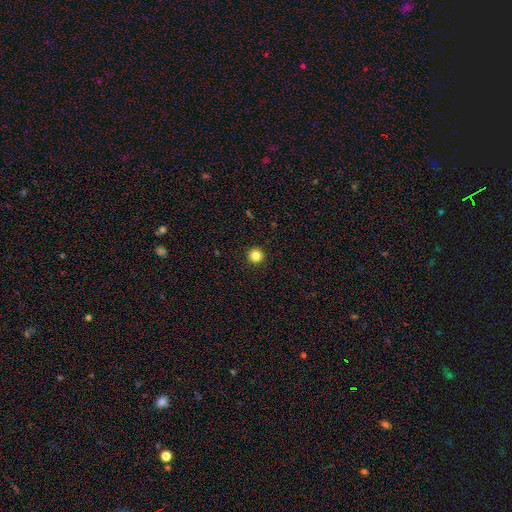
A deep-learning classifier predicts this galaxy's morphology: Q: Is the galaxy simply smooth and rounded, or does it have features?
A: smooth — 84%.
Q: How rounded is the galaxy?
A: round — 96%.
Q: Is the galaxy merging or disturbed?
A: none — 94%.